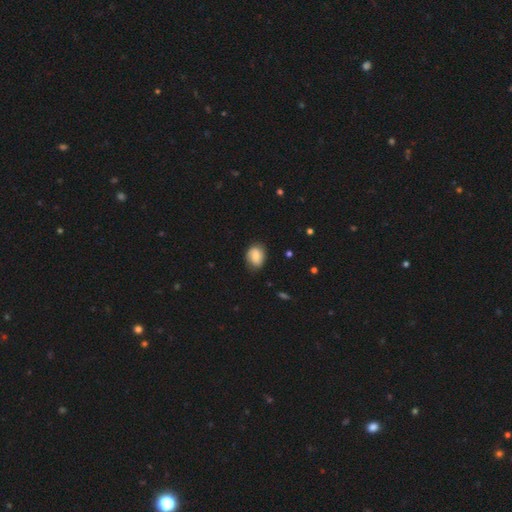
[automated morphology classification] Smooth or featured: smooth — 75% (featured or disk — 18%)
How rounded: in between — 60% (round — 39%)
Merging: none — 73% (minor disturbance — 22%)